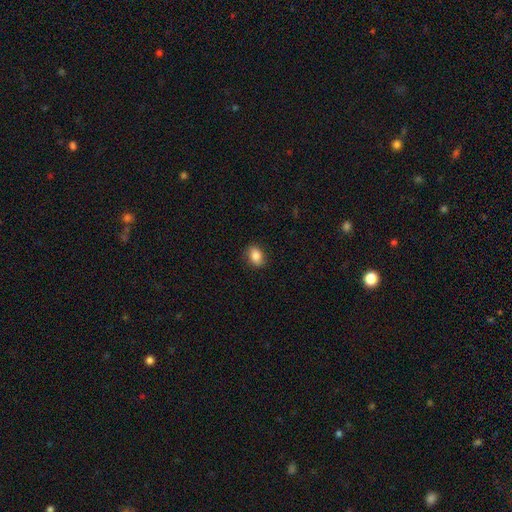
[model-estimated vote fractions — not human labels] Smooth or featured?
  - smooth: 85% *
  - star or artifact: 8%
  - featured or disk: 7%
How rounded?
  - in between: 73% *
  - round: 25%
  - cigar-shaped: 1%
Merging?
  - none: 83% *
  - minor disturbance: 13%
  - major disturbance: 3%
  - merger: 1%